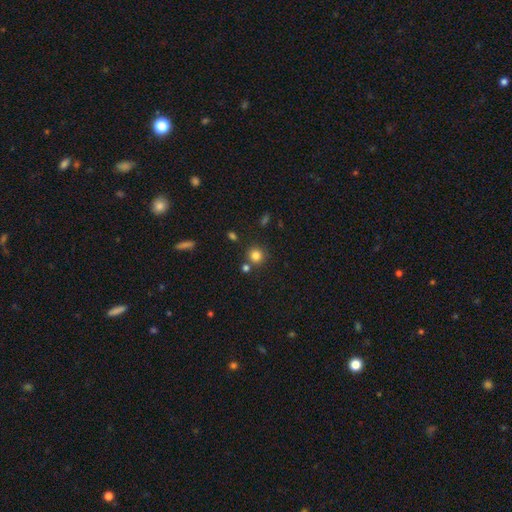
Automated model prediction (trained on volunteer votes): Smooth or featured? smooth (82%)
How rounded? round (91%)
Merging? none (77%)